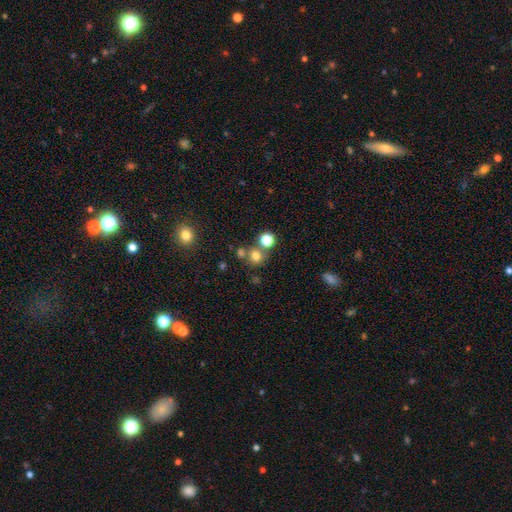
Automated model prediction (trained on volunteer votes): The model was most divided on "merging": none: 64%, merger: 24%, minor disturbance: 8%, major disturbance: 4%. More confident: how rounded — round (85%); smooth or featured — smooth (73%).